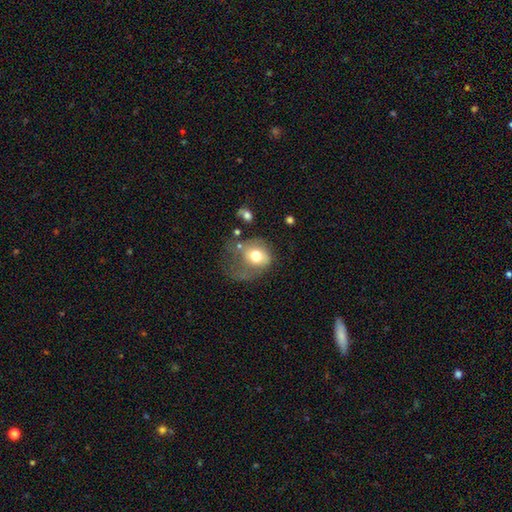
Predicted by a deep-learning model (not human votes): smooth-or-featured: smooth: 64% | featured or disk: 26% | star or artifact: 9%
  how-rounded: round: 56% | in between: 43% | cigar-shaped: 1%
  merging: major disturbance: 51% | minor disturbance: 22% | none: 19% | merger: 8%